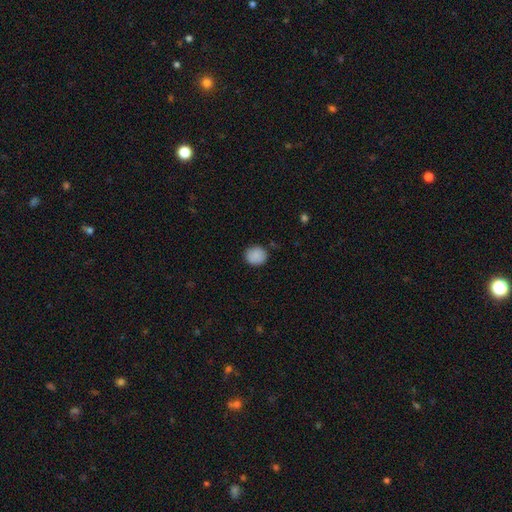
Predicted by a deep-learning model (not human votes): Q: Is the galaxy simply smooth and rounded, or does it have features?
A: smooth — 89%.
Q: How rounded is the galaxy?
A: round — 78%.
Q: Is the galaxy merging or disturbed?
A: none — 85%.